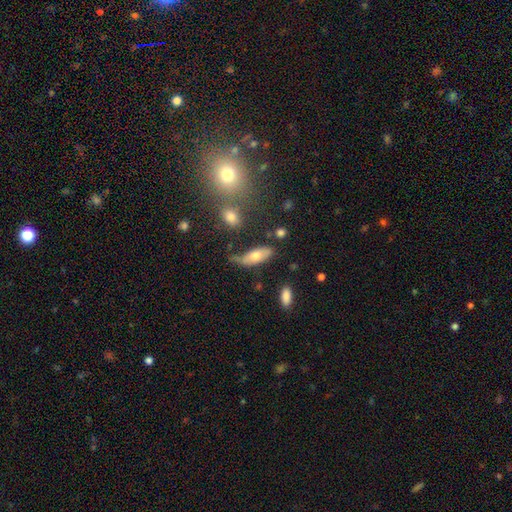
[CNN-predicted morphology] Overall: smooth (68%). How rounded: in between (76%). Merging: none (51%; minor disturbance 30%).